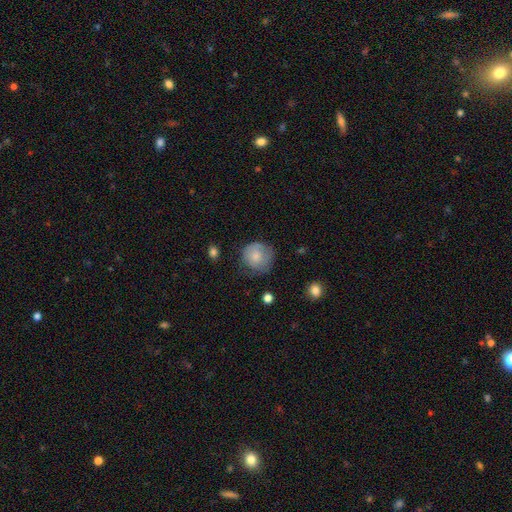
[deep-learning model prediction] A smooth galaxy with no disk features (73%) that is round (87%). Merging: none (57%).